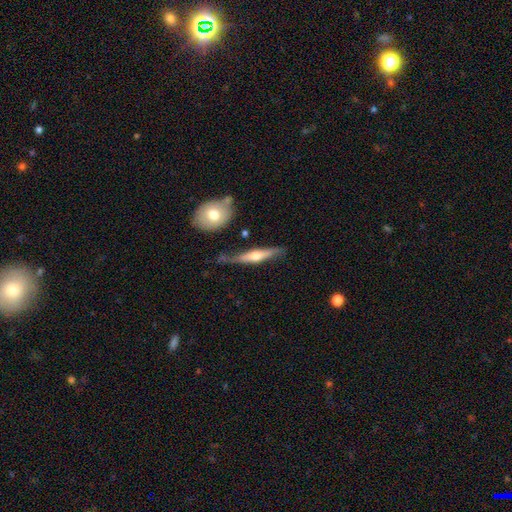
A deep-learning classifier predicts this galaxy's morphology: smooth-or-featured: featured or disk: 60% | smooth: 35% | star or artifact: 5%
  disk-edge-on: yes: 92% | no: 8%
    edge-on-bulge: rounded: 84% | boxy: 10% | none: 6%
  merging: none: 66% | minor disturbance: 22% | major disturbance: 6% | merger: 6%